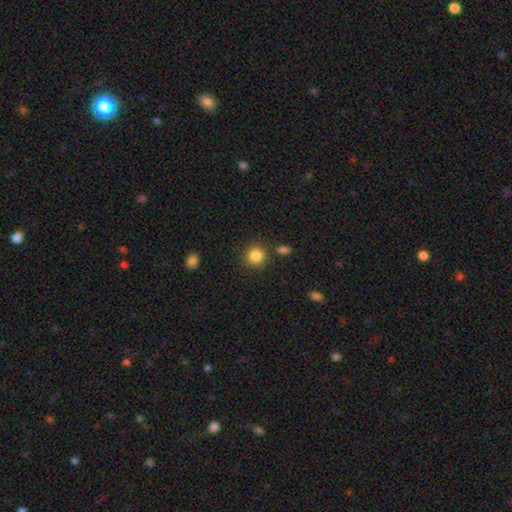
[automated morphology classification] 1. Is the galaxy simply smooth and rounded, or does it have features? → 84% smooth, 10% star or artifact, 5% featured or disk.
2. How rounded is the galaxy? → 90% round, 9% in between, 1% cigar-shaped.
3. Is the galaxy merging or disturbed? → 84% none, 8% minor disturbance, 5% merger, 3% major disturbance.